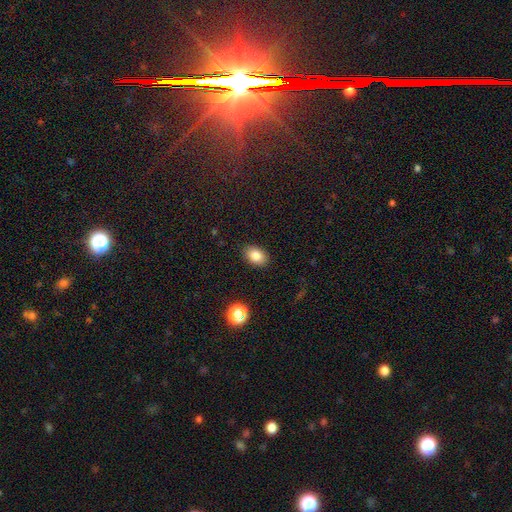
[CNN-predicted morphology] type=smooth (83%); roundness=in between (82%); merging=none (88%).